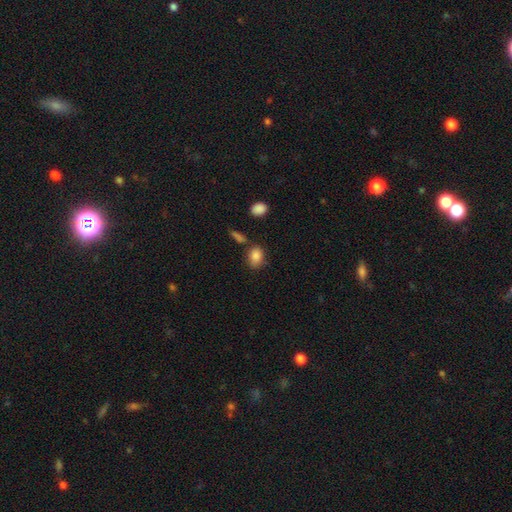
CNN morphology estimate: A smooth galaxy with no disk features (86%) that is in between round and cigar-shaped (70%).

Vote fractions:
- Smooth or featured? smooth: 86% / star or artifact: 9% / featured or disk: 6%
- How rounded? in between: 70% / round: 28% / cigar-shaped: 1%
- Merging? none: 71% / minor disturbance: 15% / merger: 9% / major disturbance: 4%